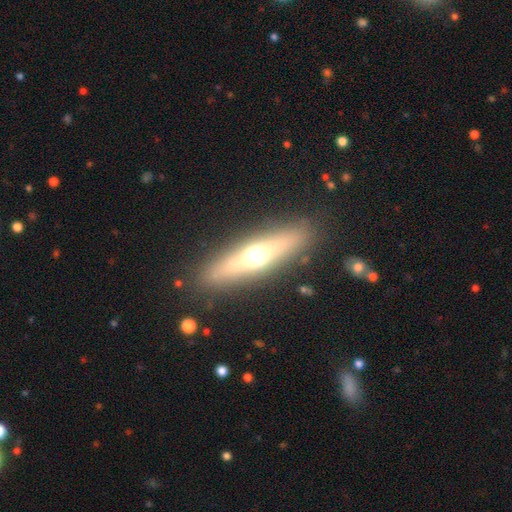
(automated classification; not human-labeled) Smooth or featured? Predicted: featured or disk (p=0.49). Merging? Predicted: none (p=0.87).